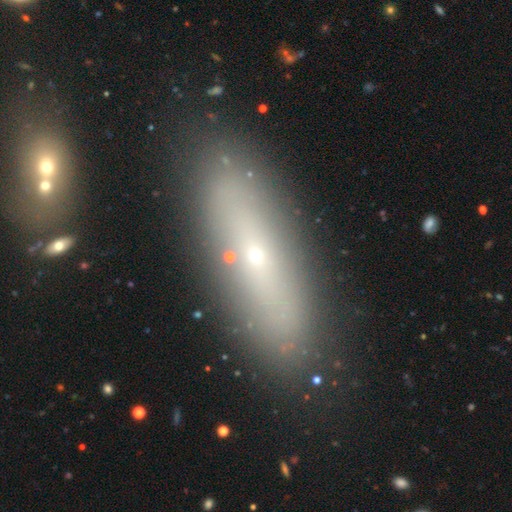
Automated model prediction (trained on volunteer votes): Smooth or featured: smooth — 43% (tied with featured or disk — 43%)
Merging: none — 83% (minor disturbance — 10%)